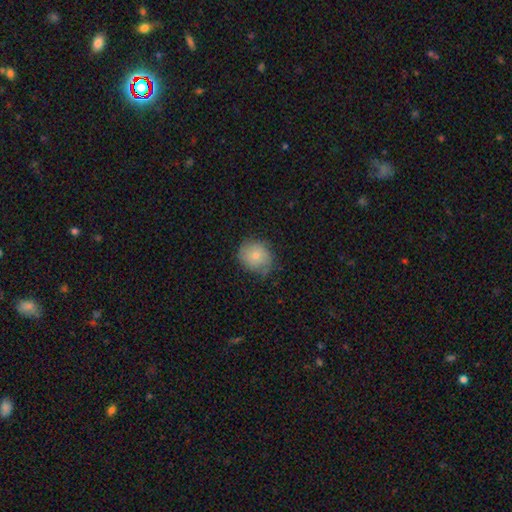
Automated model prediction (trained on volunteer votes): Overall: smooth (68%). How rounded: round (76%). Merging: none (66%).